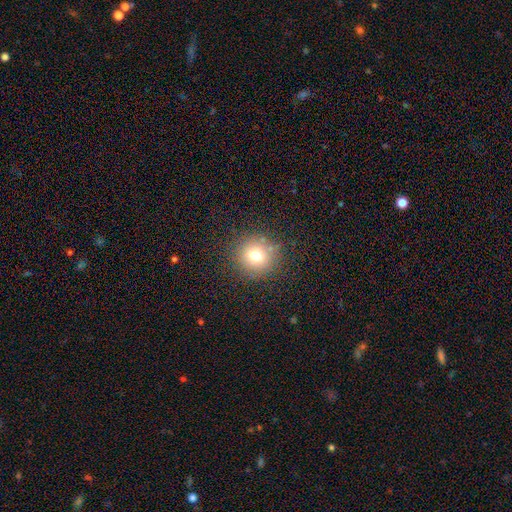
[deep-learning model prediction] Smooth or featured? smooth (74%)
How rounded? round (92%)
Merging? none (85%)